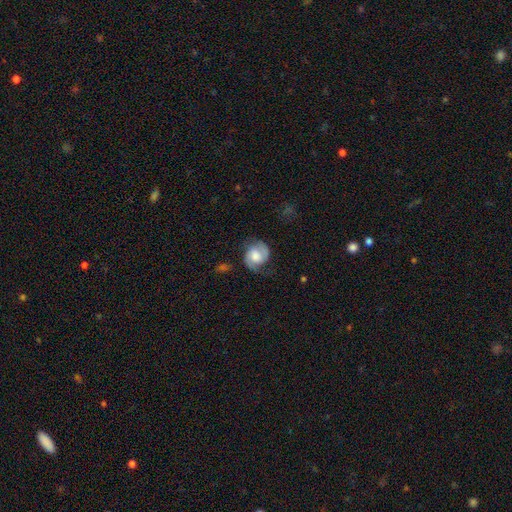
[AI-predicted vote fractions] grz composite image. It shows a featured or disk galaxy (70%) with no bar (53%), 2 (86%) medium (45%) spiral arms (94%) and a moderate central bulge (37%). Merging: none (67%).